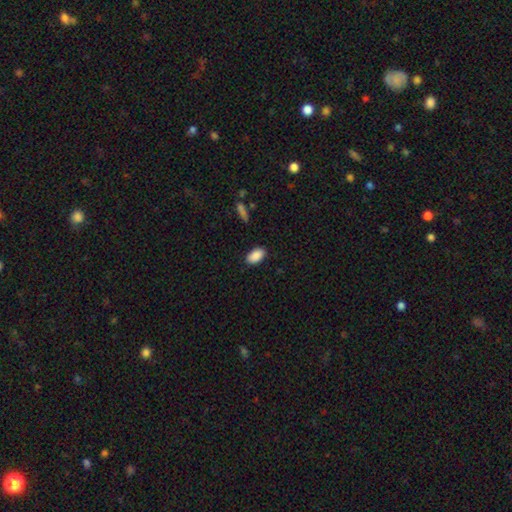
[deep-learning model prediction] Smooth or featured?
  - smooth: 89% *
  - star or artifact: 7%
  - featured or disk: 4%
How rounded?
  - in between: 93% *
  - round: 4%
  - cigar-shaped: 2%
Merging?
  - none: 87% *
  - minor disturbance: 10%
  - major disturbance: 2%
  - merger: 1%